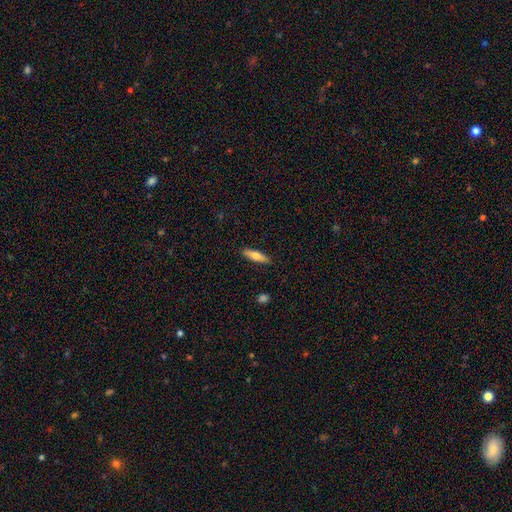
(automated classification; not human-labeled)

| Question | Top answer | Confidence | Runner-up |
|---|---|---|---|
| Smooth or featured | smooth | 64% | featured or disk (30%) |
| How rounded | cigar-shaped | 67% | in between (31%) |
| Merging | none | 89% | minor disturbance (8%) |